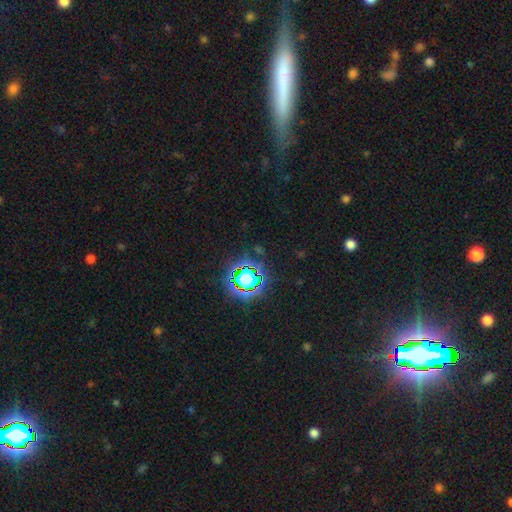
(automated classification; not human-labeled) Smooth or featured? star or artifact (71%)